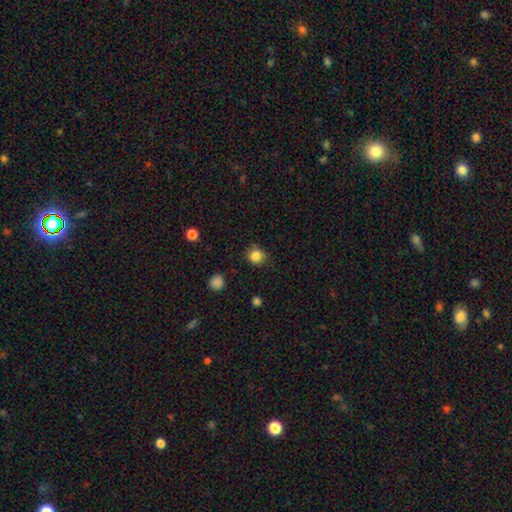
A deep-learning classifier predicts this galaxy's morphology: type=smooth (84%); roundness=round (83%); merging=none (77%).